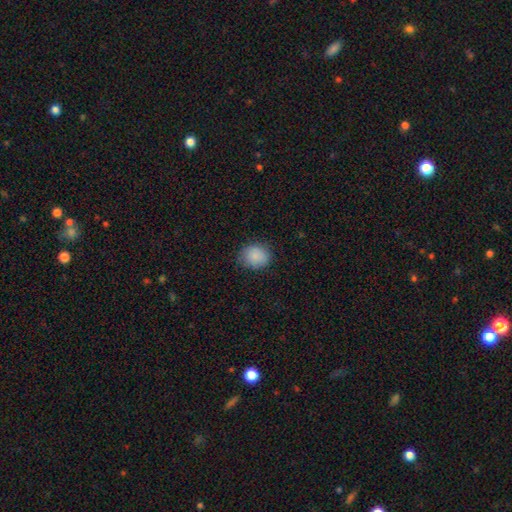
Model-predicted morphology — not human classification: Smooth or featured?
  - smooth: 87% *
  - star or artifact: 9%
  - featured or disk: 4%
How rounded?
  - round: 70% *
  - in between: 29%
  - cigar-shaped: 1%
Merging?
  - none: 81% *
  - minor disturbance: 15%
  - major disturbance: 3%
  - merger: 1%